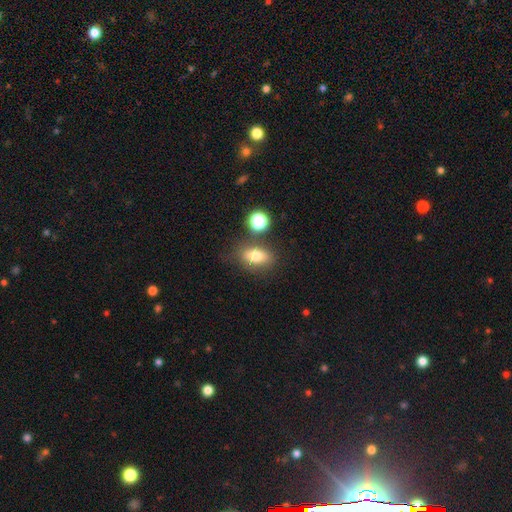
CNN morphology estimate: Smooth or featured? smooth (74%)
How rounded? in between (80%)
Merging? none (71%)